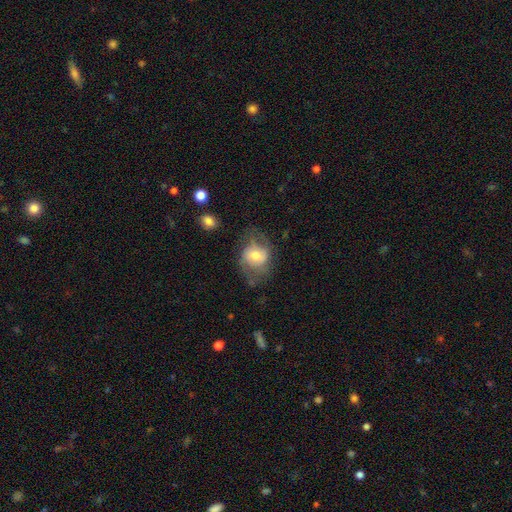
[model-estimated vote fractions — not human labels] Smooth or featured? smooth (49%)
Merging? none (51%)